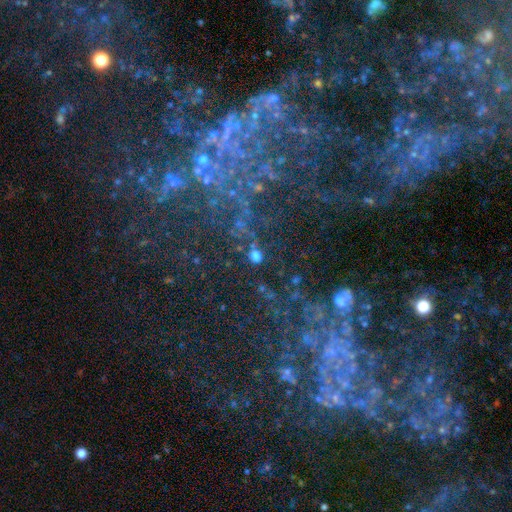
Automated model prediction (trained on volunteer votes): This appears to be a smooth galaxy with no disk features (56%) that is round (77%). Merging: none (71%).